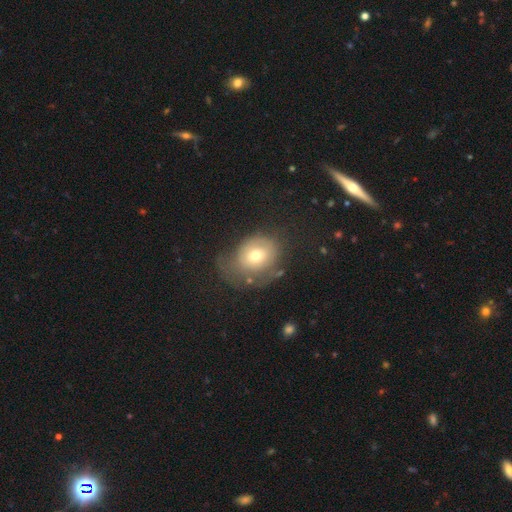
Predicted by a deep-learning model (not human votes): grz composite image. It shows a smooth galaxy with no disk features (62%) that is in between round and cigar-shaped (50%). Merging: none (42%).